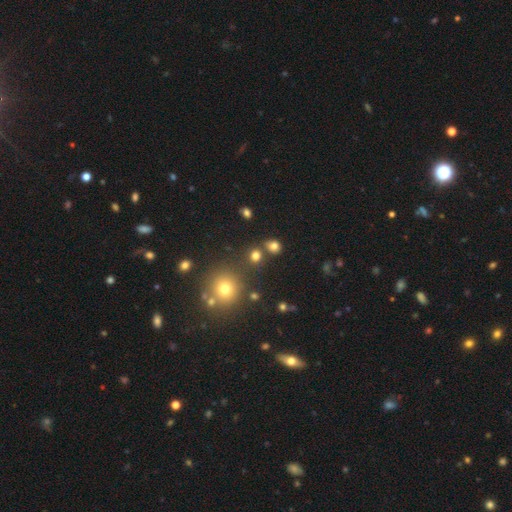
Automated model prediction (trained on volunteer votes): smooth-or-featured: smooth: 74% | star or artifact: 19% | featured or disk: 7%
  how-rounded: round: 77% | in between: 21% | cigar-shaped: 1%
  merging: none: 76% | merger: 11% | minor disturbance: 9% | major disturbance: 4%